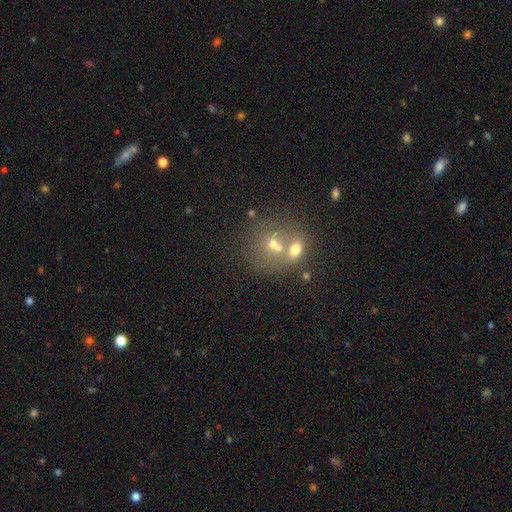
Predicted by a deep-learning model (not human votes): Smooth or featured? Predicted: smooth (p=0.55). How rounded? Predicted: round (p=0.77). Merging? Predicted: merger (p=0.56).